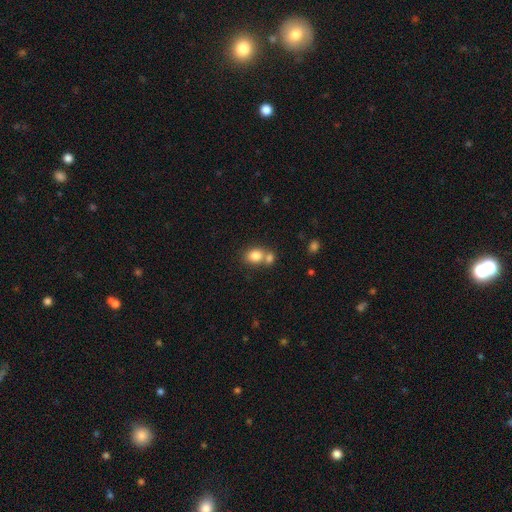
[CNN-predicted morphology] Smooth or featured? Predicted: smooth (p=0.82). How rounded? Predicted: in between (p=0.52). Merging? Predicted: merger (p=0.44, tied with none).